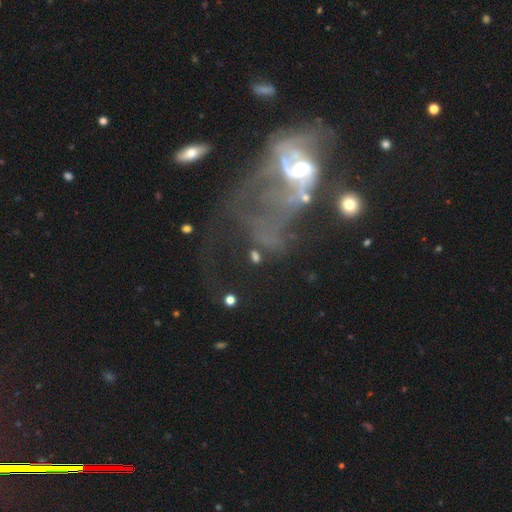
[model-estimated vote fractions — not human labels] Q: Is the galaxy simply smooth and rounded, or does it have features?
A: featured or disk — 57%.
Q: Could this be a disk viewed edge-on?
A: no — 93%.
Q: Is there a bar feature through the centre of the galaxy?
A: no — 66%.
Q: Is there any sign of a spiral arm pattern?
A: no — 53%.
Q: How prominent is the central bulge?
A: moderate — 50%.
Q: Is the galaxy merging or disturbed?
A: major disturbance — 43%.